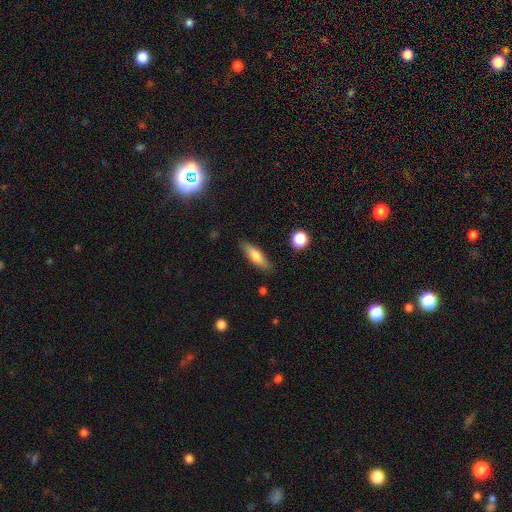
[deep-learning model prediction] A smooth galaxy with no disk features (71%) that is cigar-shaped (53%).

Vote fractions:
- Smooth or featured? smooth: 71% / featured or disk: 22% / star or artifact: 7%
- How rounded? cigar-shaped: 53% / in between: 45% / round: 3%
- Merging? none: 86% / minor disturbance: 10% / major disturbance: 2% / merger: 2%